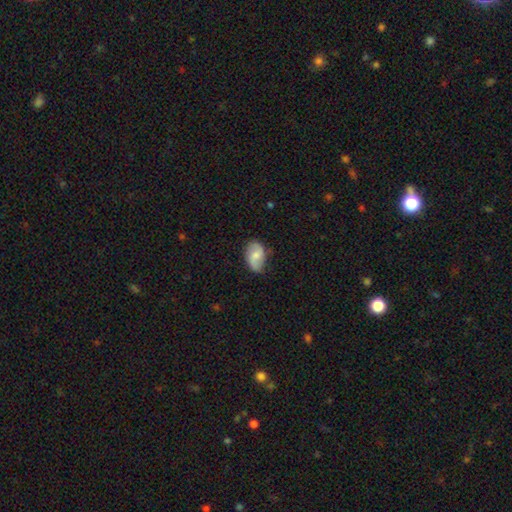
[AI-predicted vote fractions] Smooth or featured: smooth — 54% (featured or disk — 39%)
How rounded: in between — 88% (round — 11%)
Merging: none — 69% (minor disturbance — 25%)